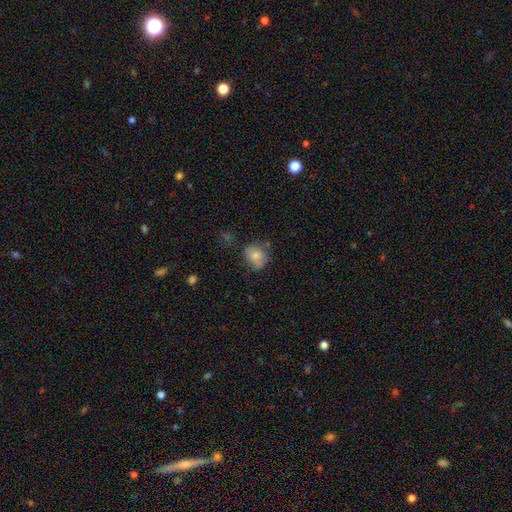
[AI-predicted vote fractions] Smooth or featured?
  - smooth: 74% *
  - featured or disk: 17%
  - star or artifact: 9%
How rounded?
  - round: 58% *
  - in between: 41%
  - cigar-shaped: 1%
Merging?
  - none: 59% *
  - minor disturbance: 28%
  - major disturbance: 9%
  - merger: 4%